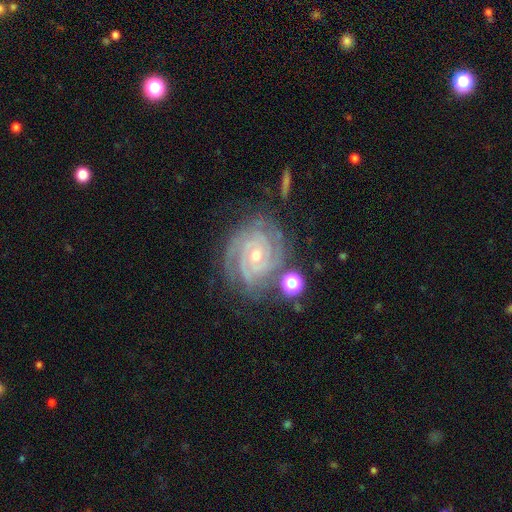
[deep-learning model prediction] This is clearly a featured or disk galaxy (90%). It is clearly not viewed edge-on (98%). Bar: likely no (67%). Spiral arm pattern: clearly yes (98%). Spiral arm count: marginally 3 (34%). Spiral winding: clearly tight (81%). Central bulge: likely small (65%). Merging: likely none (73%).